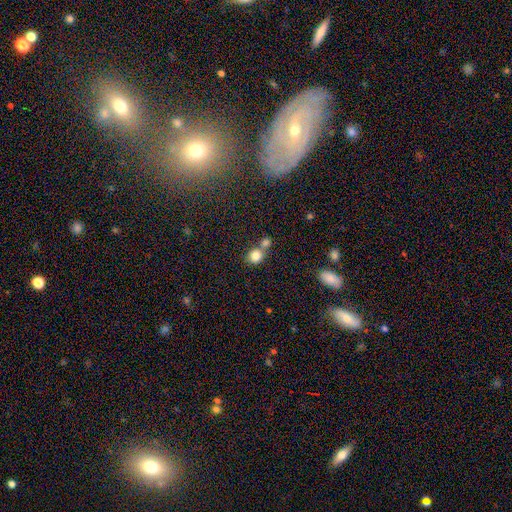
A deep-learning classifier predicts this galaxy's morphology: The model was most divided on "merging": none: 45%, merger: 43%, minor disturbance: 8%, major disturbance: 3%. More confident: smooth or featured — smooth (82%); how rounded — round (76%).